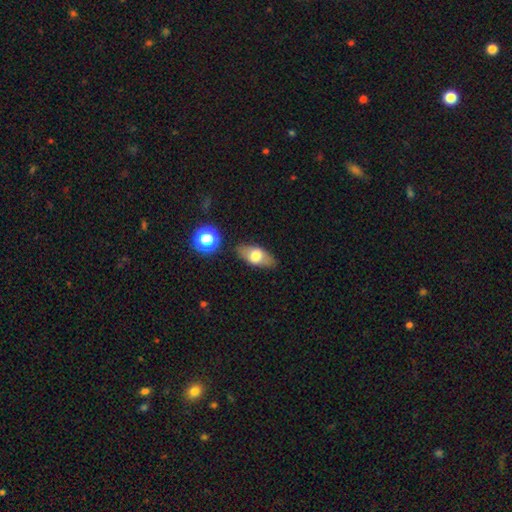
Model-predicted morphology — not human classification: The model was most divided on "smooth or featured": smooth: 63%, featured or disk: 29%, star or artifact: 8%. More confident: how rounded — in between (85%); merging — none (82%).